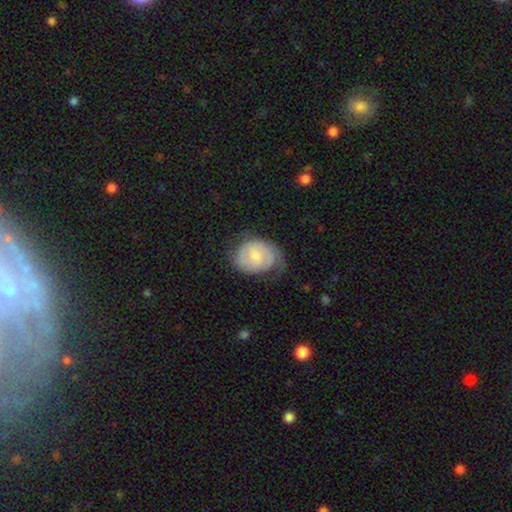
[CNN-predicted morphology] This is likely a featured or disk galaxy (62%). It is clearly not viewed edge-on (97%). Bar: possibly no (53%). Spiral arm pattern: clearly yes (87%). Spiral arm count: likely 2 (61%). Spiral winding: possibly tight (47%). Central bulge: possibly small (50%). Merging: possibly none (55%).